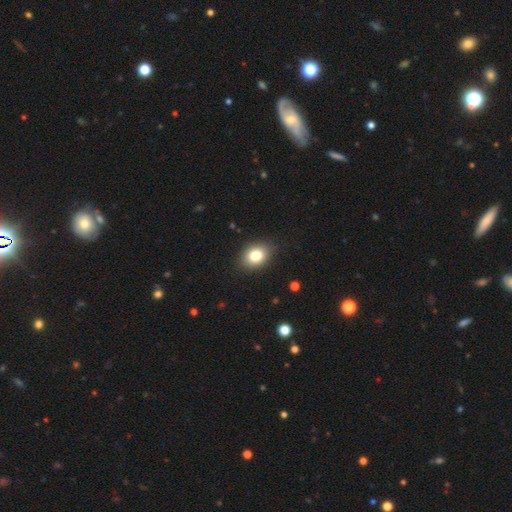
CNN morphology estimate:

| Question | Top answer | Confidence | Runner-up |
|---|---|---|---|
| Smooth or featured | smooth | 82% | star or artifact (10%) |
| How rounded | in between | 67% | round (32%) |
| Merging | none | 86% | minor disturbance (11%) |